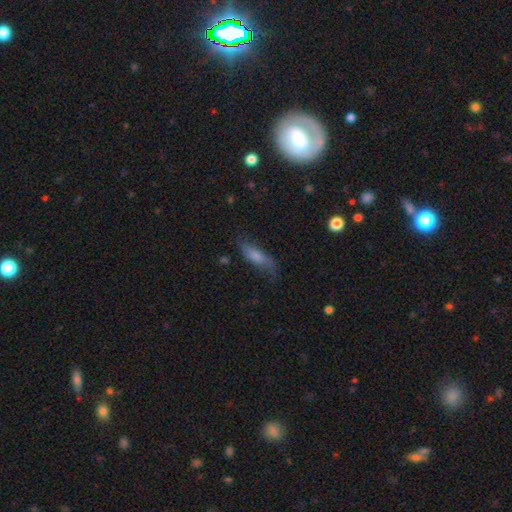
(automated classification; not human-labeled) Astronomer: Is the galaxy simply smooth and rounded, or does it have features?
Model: smooth — 44%, tied with featured or disk at 44%.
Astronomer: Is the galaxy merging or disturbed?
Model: none — 57%.